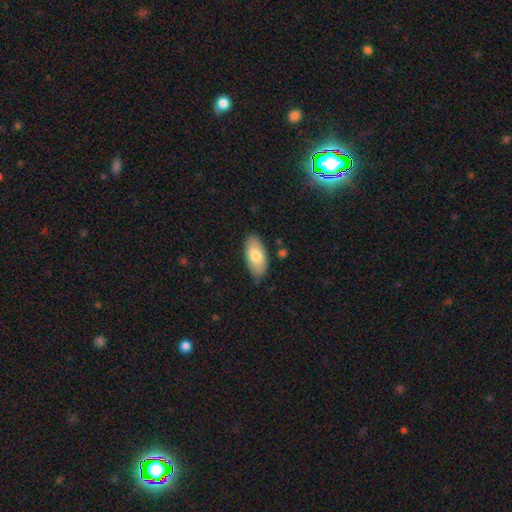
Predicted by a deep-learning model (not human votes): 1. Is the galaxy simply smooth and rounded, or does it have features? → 76% smooth, 18% featured or disk, 6% star or artifact.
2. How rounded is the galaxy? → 92% in between, 5% cigar-shaped, 2% round.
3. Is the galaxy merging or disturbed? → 81% none, 14% minor disturbance, 3% major disturbance, 2% merger.